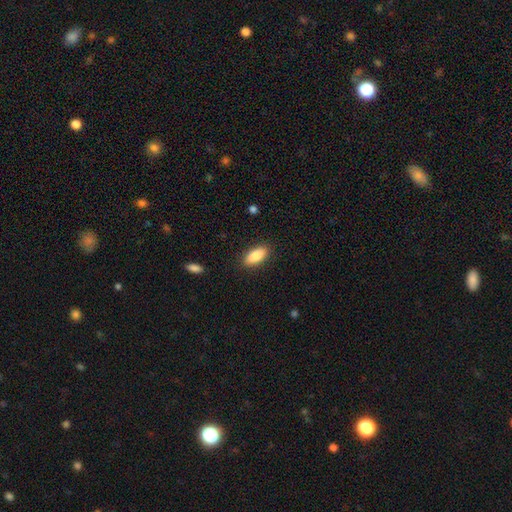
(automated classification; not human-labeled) Smooth or featured? Predicted: smooth (p=0.87). How rounded? Predicted: in between (p=0.84). Merging? Predicted: none (p=0.88).